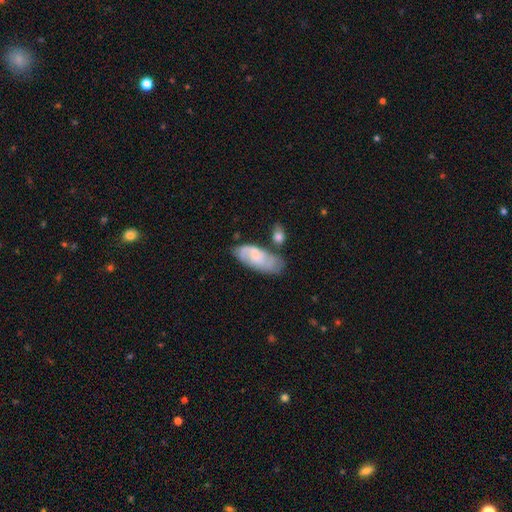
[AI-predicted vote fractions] A featured or disk galaxy (49%). Merging: none (49%).